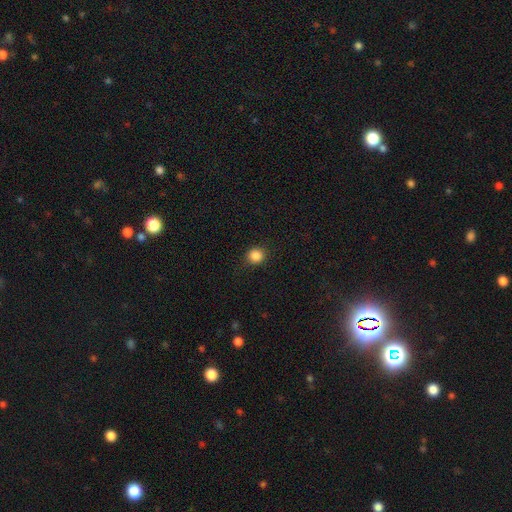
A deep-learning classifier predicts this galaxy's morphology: Smooth or featured? smooth (86%)
How rounded? round (90%)
Merging? none (88%)